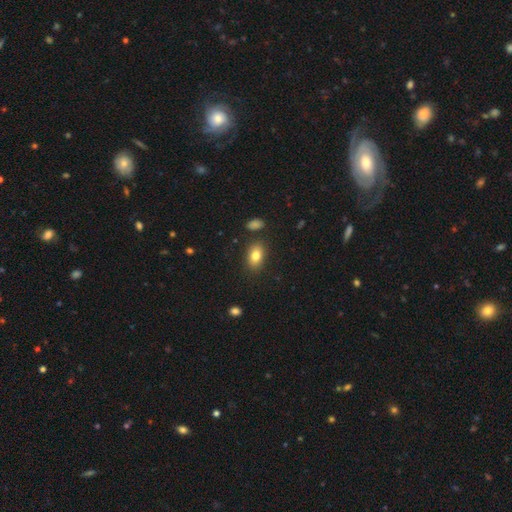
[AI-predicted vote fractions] smooth_or_featured: smooth (p=0.82) [alt: featured or disk p=0.10]
how_rounded: in between (p=0.86) [alt: round p=0.12]
merging: none (p=0.83) [alt: minor disturbance p=0.11]